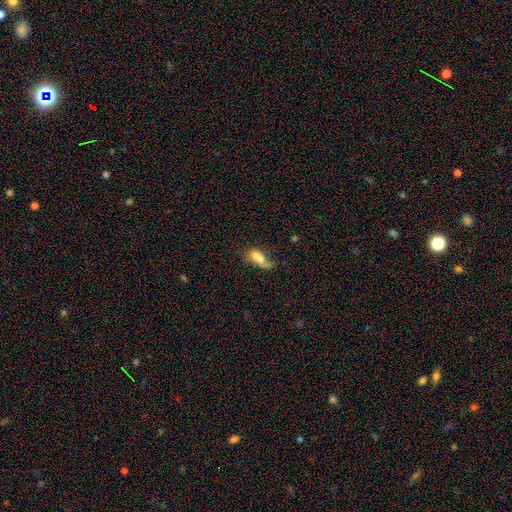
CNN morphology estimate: This appears to be a smooth galaxy with no disk features (60%) that is in between round and cigar-shaped (74%). Merging: merger (57%).